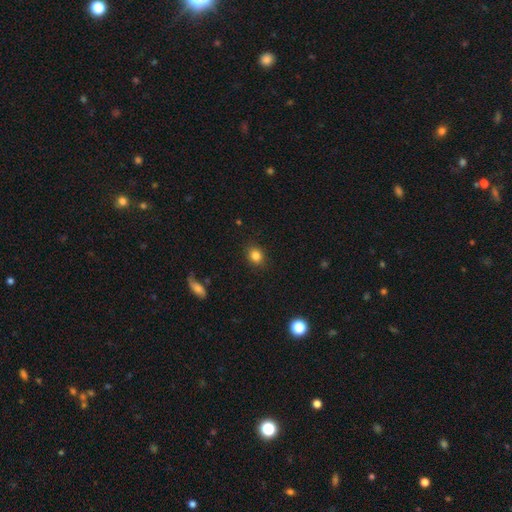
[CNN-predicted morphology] Smooth or featured?
  - smooth: 84% *
  - star or artifact: 11%
  - featured or disk: 5%
How rounded?
  - round: 65% *
  - in between: 34%
  - cigar-shaped: 1%
Merging?
  - none: 88% *
  - minor disturbance: 8%
  - major disturbance: 2%
  - merger: 1%